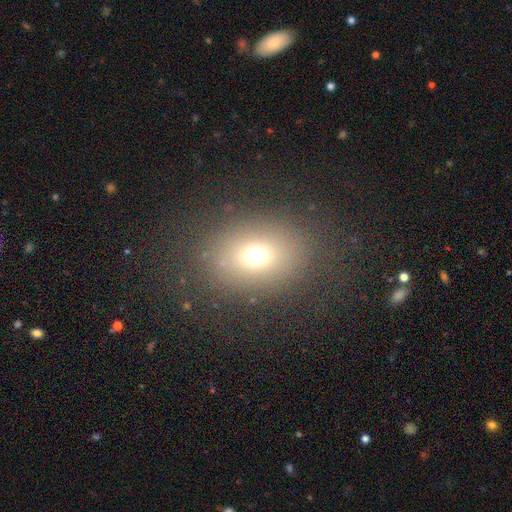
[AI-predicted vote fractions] smooth 69%, star or artifact 18%, featured or disk 13%. Down the decision tree: how rounded — in between (56%); merging — none (81%).